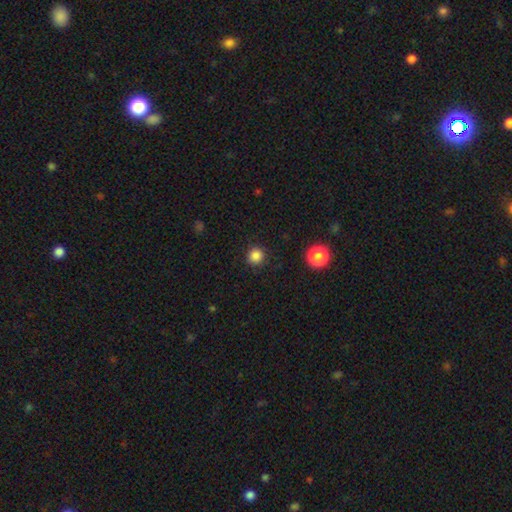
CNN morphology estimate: Smooth or featured? Predicted: smooth (p=0.85). How rounded? Predicted: round (p=0.93). Merging? Predicted: none (p=0.90).